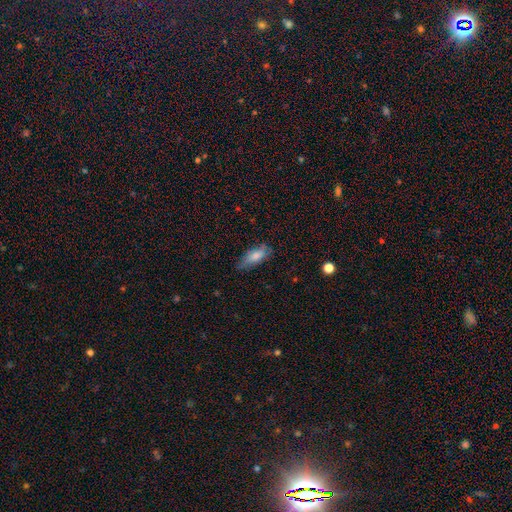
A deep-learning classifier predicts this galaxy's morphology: Smooth or featured?
  - smooth: 76% *
  - featured or disk: 17%
  - star or artifact: 7%
How rounded?
  - in between: 69% *
  - cigar-shaped: 28%
  - round: 2%
Merging?
  - none: 65% *
  - minor disturbance: 27%
  - major disturbance: 6%
  - merger: 2%